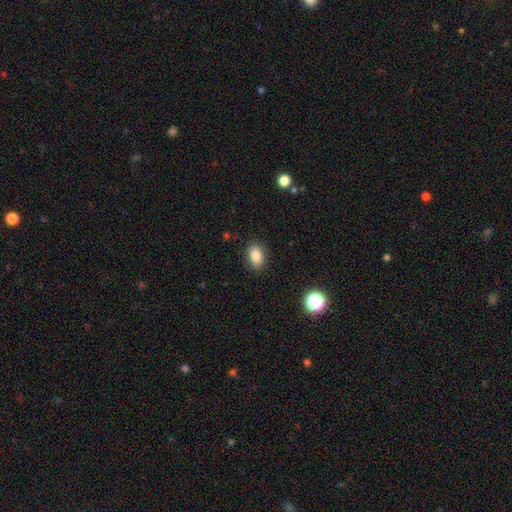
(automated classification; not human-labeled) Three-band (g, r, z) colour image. It shows a smooth galaxy with no disk features (84%) that is in between round and cigar-shaped (81%). Merging: none (88%).